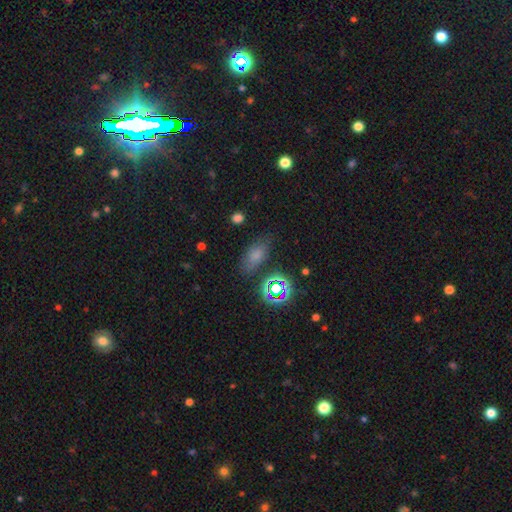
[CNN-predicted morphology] This is likely a smooth galaxy (70%). How rounded: clearly in between (82%). Merging: likely none (75%).